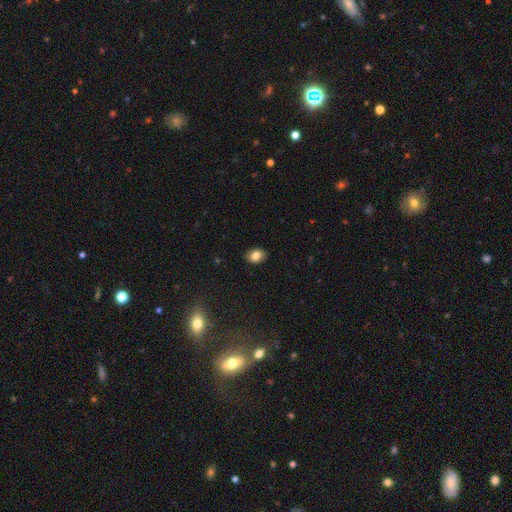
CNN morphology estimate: type=smooth (83%); roundness=in between (69%); merging=none (88%).